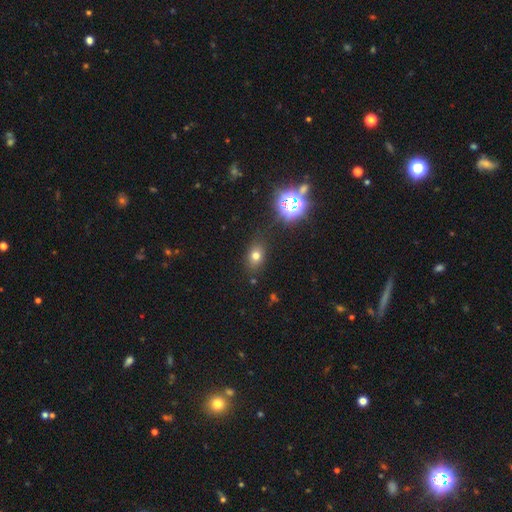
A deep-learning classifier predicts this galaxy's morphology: A smooth galaxy with no disk features (67%) that is in between round and cigar-shaped (67%).

Vote fractions:
- Smooth or featured? smooth: 67% / star or artifact: 22% / featured or disk: 10%
- How rounded? in between: 67% / round: 31% / cigar-shaped: 2%
- Merging? none: 83% / minor disturbance: 11% / major disturbance: 4% / merger: 3%